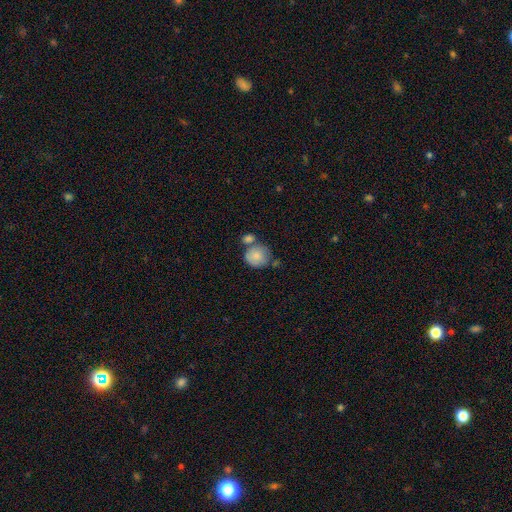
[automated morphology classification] type=smooth (81%); roundness=round (84%); merging=none (48%).